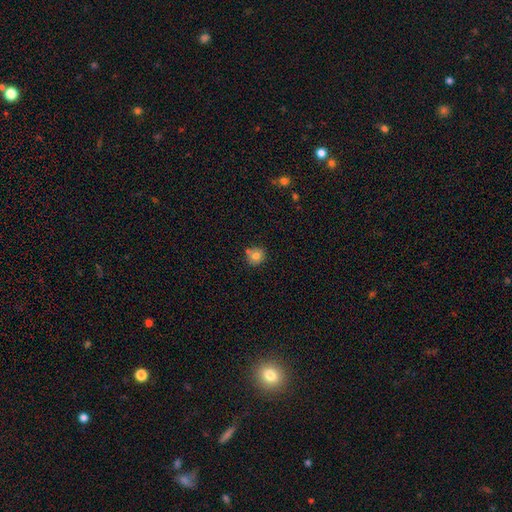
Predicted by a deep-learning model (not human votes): Overall: smooth (78%). How rounded: round (89%). Merging: none (69%).